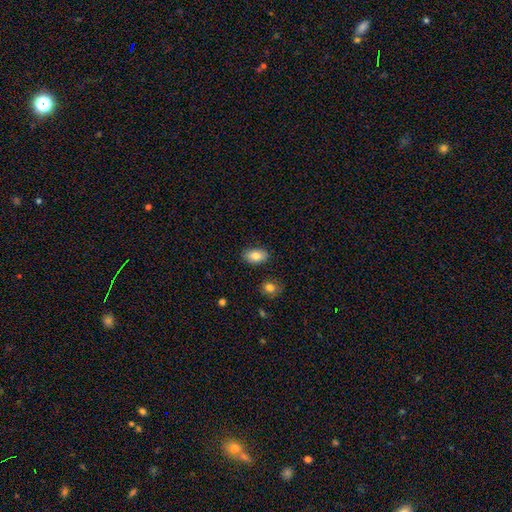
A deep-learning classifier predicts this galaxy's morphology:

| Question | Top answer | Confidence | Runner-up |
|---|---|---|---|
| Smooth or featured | smooth | 81% | featured or disk (11%) |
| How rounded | in between | 90% | round (8%) |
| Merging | none | 86% | minor disturbance (9%) |